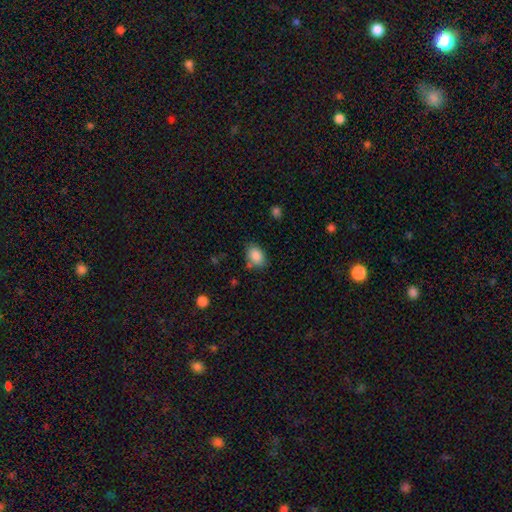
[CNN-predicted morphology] The model was most divided on "merging": none: 72%, minor disturbance: 18%, merger: 6%, major disturbance: 5%. More confident: smooth or featured — smooth (87%); how rounded — in between (78%).